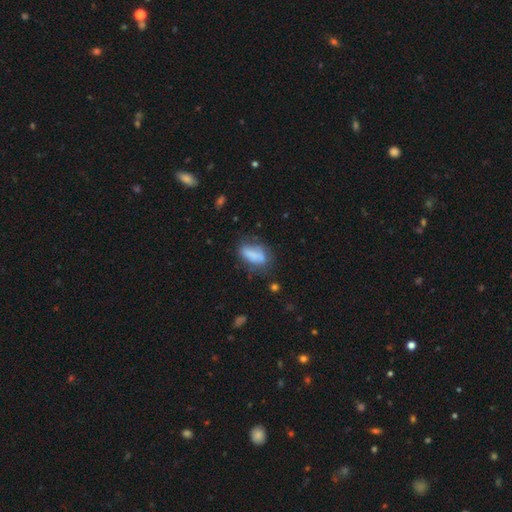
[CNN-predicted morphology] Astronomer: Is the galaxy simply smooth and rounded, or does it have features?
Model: smooth — 68%.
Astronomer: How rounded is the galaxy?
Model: in between — 82%.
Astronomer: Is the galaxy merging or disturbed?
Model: none — 49% (runner-up: minor disturbance, 28%).